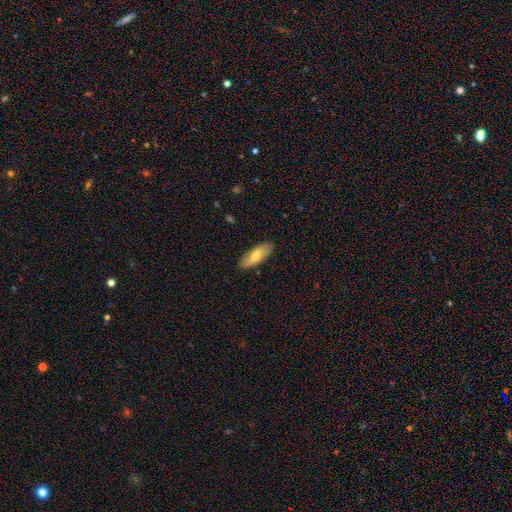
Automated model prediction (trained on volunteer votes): Smooth or featured?
  - smooth: 72% *
  - featured or disk: 22%
  - star or artifact: 5%
How rounded?
  - in between: 73% *
  - cigar-shaped: 25%
  - round: 2%
Merging?
  - none: 88% *
  - minor disturbance: 9%
  - major disturbance: 2%
  - merger: 1%